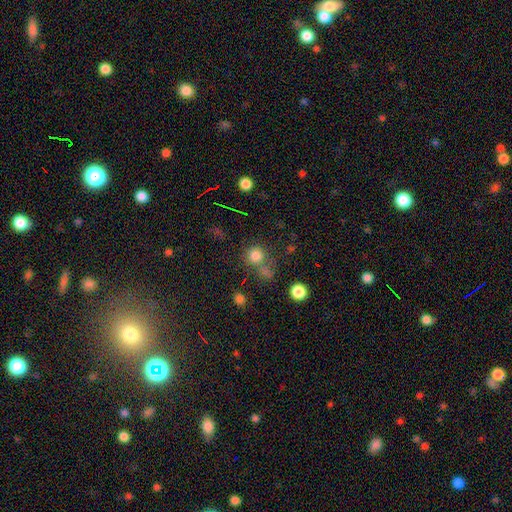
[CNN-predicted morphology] Smooth or featured? Predicted: smooth (p=0.78). How rounded? Predicted: round (p=0.91). Merging? Predicted: none (p=0.63).